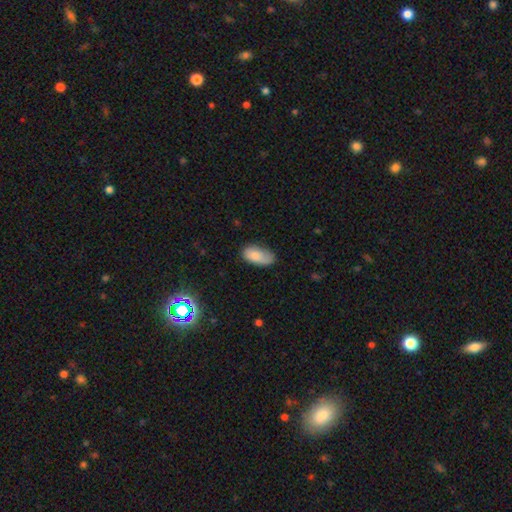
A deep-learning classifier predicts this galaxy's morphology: The model was most divided on "merging": none: 64%, minor disturbance: 28%, major disturbance: 6%, merger: 2%. More confident: how rounded — in between (93%); smooth or featured — smooth (82%).